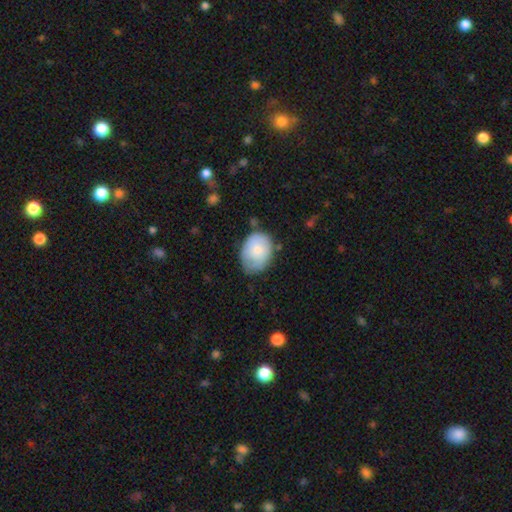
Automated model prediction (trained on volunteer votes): Smooth or featured?
  - smooth: 74% *
  - featured or disk: 20%
  - star or artifact: 6%
How rounded?
  - in between: 64% *
  - round: 35%
  - cigar-shaped: 1%
Merging?
  - none: 60% *
  - minor disturbance: 29%
  - major disturbance: 7%
  - merger: 3%